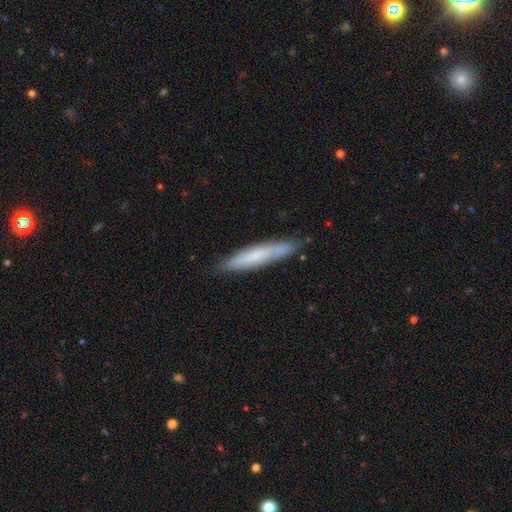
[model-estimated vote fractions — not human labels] Smooth or featured? Predicted: smooth (p=0.61). How rounded? Predicted: cigar-shaped (p=0.90). Merging? Predicted: none (p=0.83).